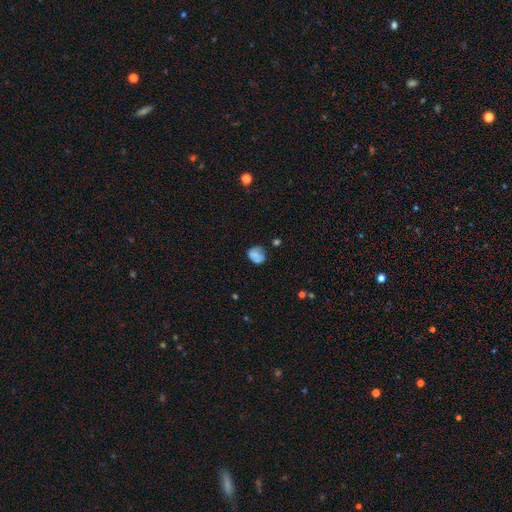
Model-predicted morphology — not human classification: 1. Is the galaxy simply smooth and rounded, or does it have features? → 74% smooth, 16% featured or disk, 10% star or artifact.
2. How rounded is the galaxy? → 61% round, 38% in between, 1% cigar-shaped.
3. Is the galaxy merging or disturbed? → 61% none, 27% minor disturbance, 8% major disturbance, 4% merger.